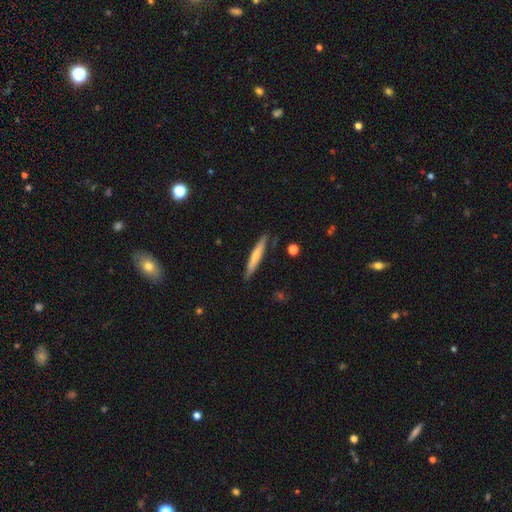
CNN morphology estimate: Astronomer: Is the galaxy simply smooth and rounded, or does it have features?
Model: smooth — 61%.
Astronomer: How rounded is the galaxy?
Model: cigar-shaped — 94%.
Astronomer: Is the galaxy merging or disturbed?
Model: none — 87%.